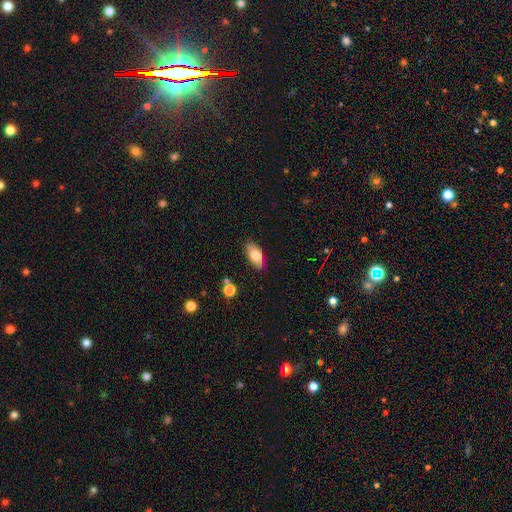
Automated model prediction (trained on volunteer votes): Morphology: type=smooth (75%); roundness=in between (89%); merging=none (82%).